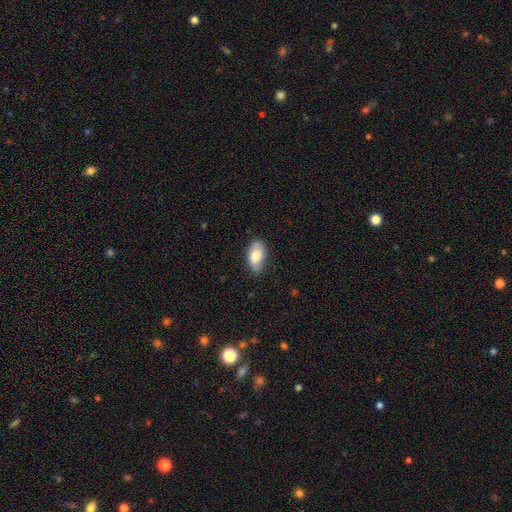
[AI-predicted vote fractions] Smooth or featured? Predicted: smooth (p=0.77). How rounded? Predicted: in between (p=0.93). Merging? Predicted: none (p=0.74).